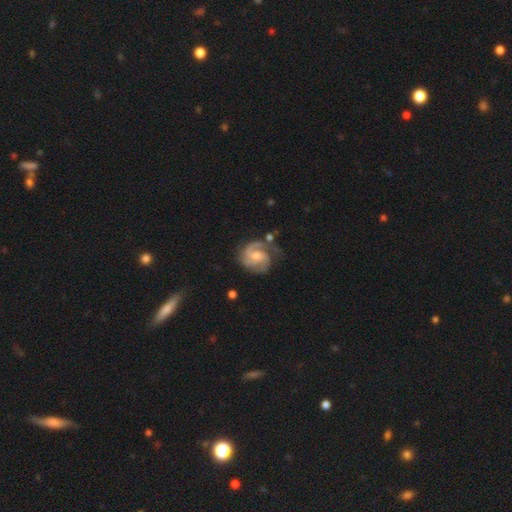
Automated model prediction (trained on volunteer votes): smooth-or-featured: featured or disk: 86% | smooth: 9% | star or artifact: 5%
  disk-edge-on: no: 98% | yes: 2%
    bar: no: 52% | weak: 40% | strong: 8%
    has-spiral-arms: yes: 97% | no: 3%
      spiral-winding: medium: 46% | tight: 42% | loose: 12%
      spiral-arm-count: 2: 57% | 3: 23% | can't tell: 10% | 1: 5% | 4: 3% | more than 4: 3%
    bulge-size: moderate: 54% | small: 40% | none: 3% | large: 3% | dominant: 1%
  merging: none: 65% | minor disturbance: 21% | major disturbance: 10% | merger: 5%